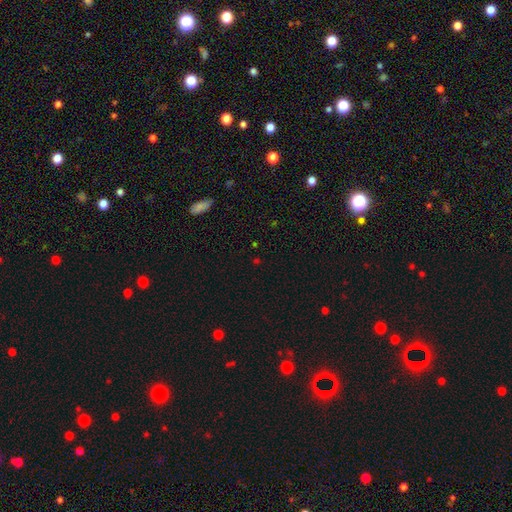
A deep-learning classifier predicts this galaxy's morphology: Smooth or featured? Predicted: star or artifact (p=0.58).